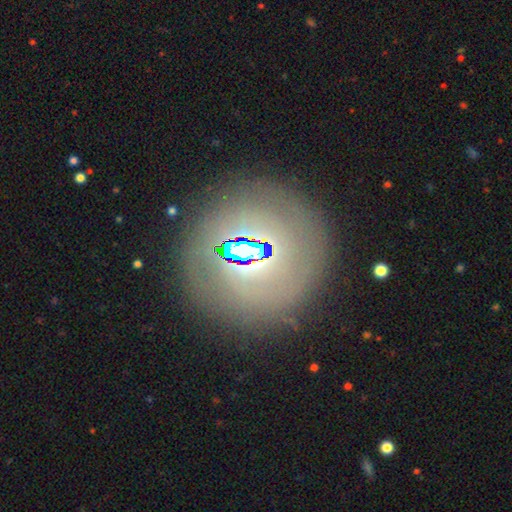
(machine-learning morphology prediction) type=featured or disk (34%); merging=none (83%).